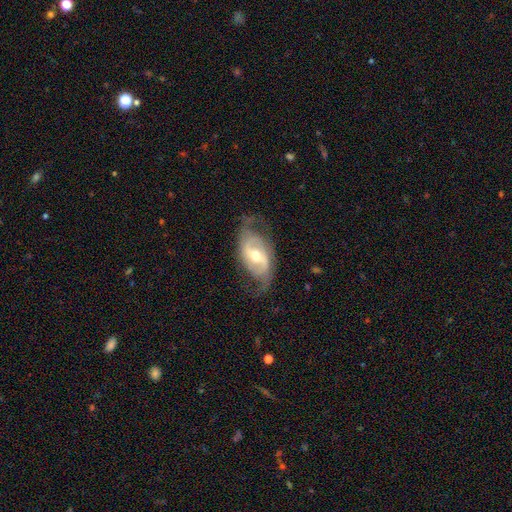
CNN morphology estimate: The model was most divided on "spiral winding": medium: 44%, loose: 34%, tight: 22%. Remaining: edge-on disk — no (95%); spiral arms — yes (92%); smooth or featured — featured or disk (85%); spiral arm count — 2 (85%); bulge size — moderate (68%); merging — none (68%); bar — weak (45%).